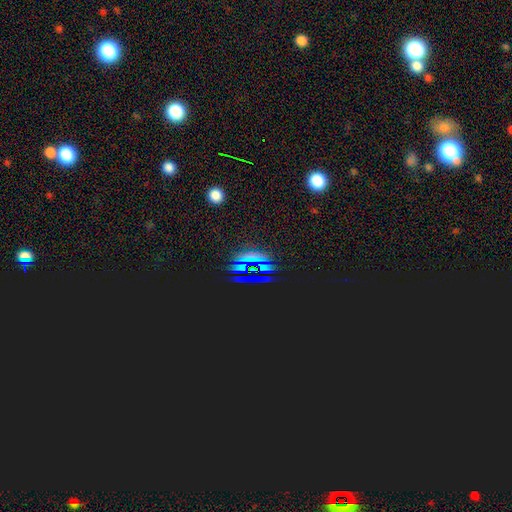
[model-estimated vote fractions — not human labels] star or artifact 74%, smooth 16%, featured or disk 10%.